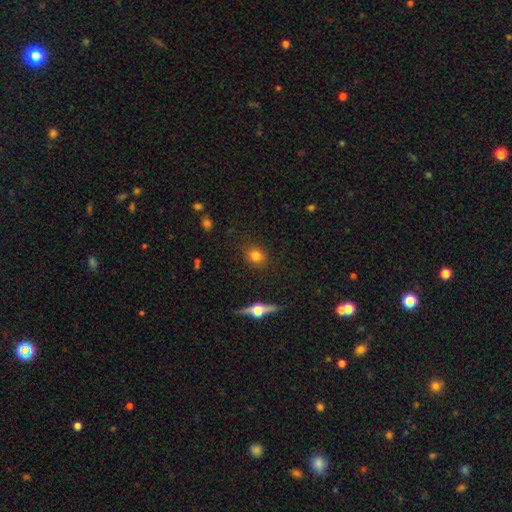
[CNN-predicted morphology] Smooth or featured? smooth (76%)
How rounded? round (76%)
Merging? none (88%)